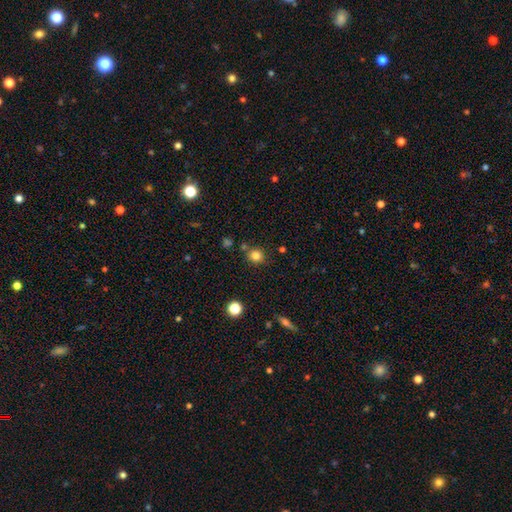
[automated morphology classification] Overall: smooth (81%). How rounded: round (89%). Merging: none (82%).